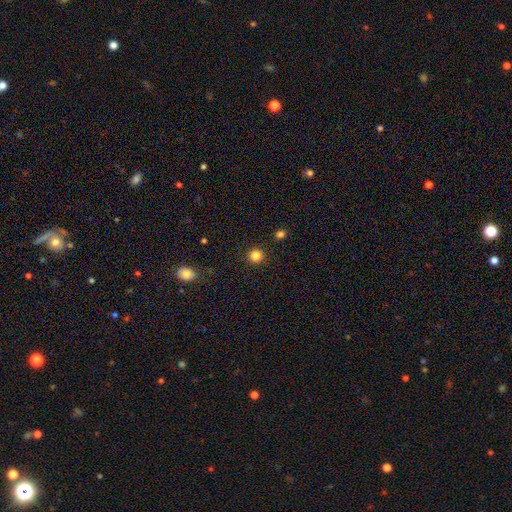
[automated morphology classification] smooth 84%, star or artifact 12%, featured or disk 4%. Down the decision tree: how rounded — round (93%); merging — none (91%).